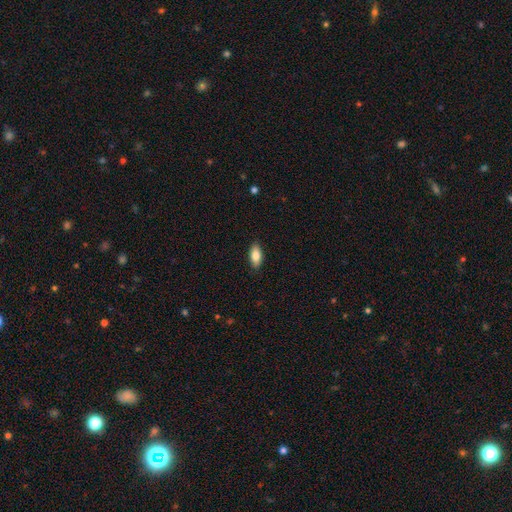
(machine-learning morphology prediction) A smooth galaxy with no disk features (84%) that is in between round and cigar-shaped (88%). Merging: none (89%).